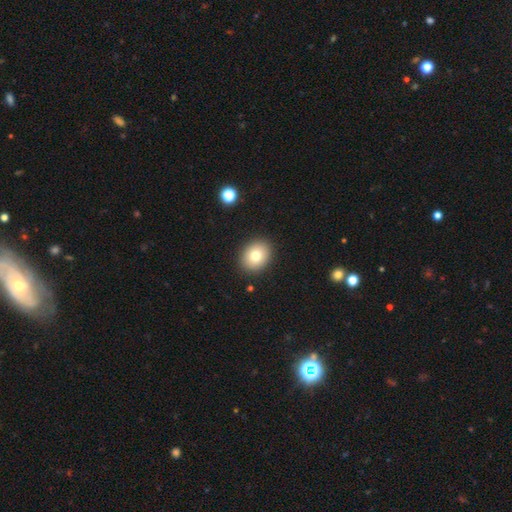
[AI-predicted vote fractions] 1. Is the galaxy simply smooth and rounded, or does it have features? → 77% smooth, 13% featured or disk, 10% star or artifact.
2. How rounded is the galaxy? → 53% round, 46% in between, 1% cigar-shaped.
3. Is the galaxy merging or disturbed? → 90% none, 7% minor disturbance, 2% major disturbance, 1% merger.